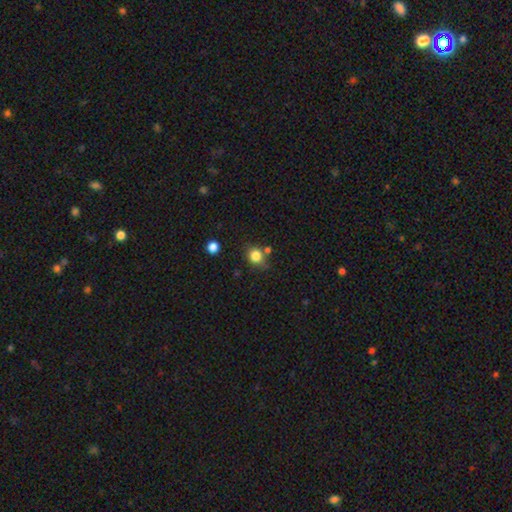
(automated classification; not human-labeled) Smooth or featured? Predicted: smooth (p=0.82). How rounded? Predicted: round (p=0.79). Merging? Predicted: none (p=0.68).